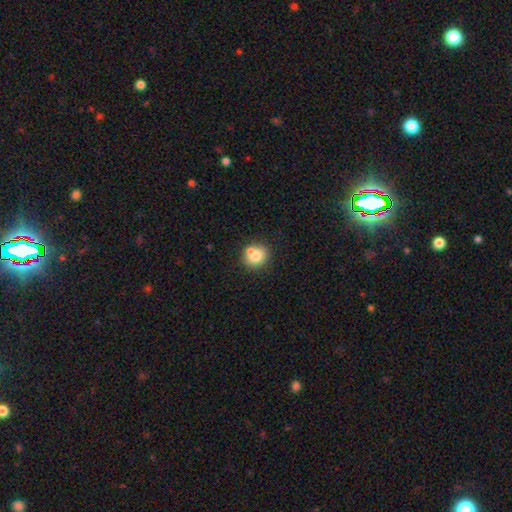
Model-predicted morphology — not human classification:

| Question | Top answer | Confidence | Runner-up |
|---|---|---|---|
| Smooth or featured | smooth | 73% | featured or disk (17%) |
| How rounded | round | 83% | in between (16%) |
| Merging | none | 59% | merger (29%) |